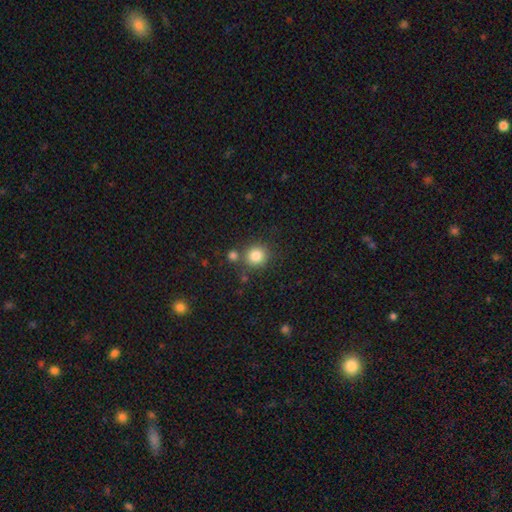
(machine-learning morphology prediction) smooth 83%, star or artifact 11%, featured or disk 6%. Down the decision tree: how rounded — round (90%); merging — none (75%).